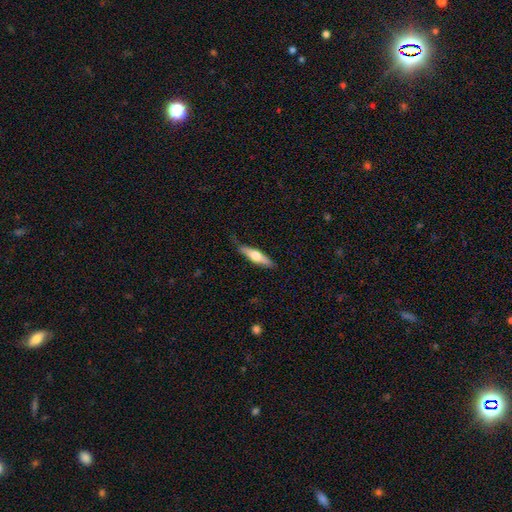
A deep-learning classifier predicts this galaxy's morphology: smooth_or_featured: smooth (p=0.49) [alt: featured or disk p=0.46]
merging: none (p=0.79) [alt: minor disturbance p=0.16]